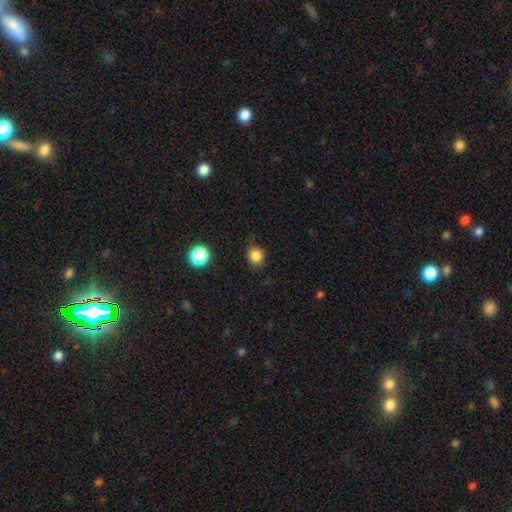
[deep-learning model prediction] A smooth galaxy with no disk features (83%) that is round (75%). Merging: none (77%).